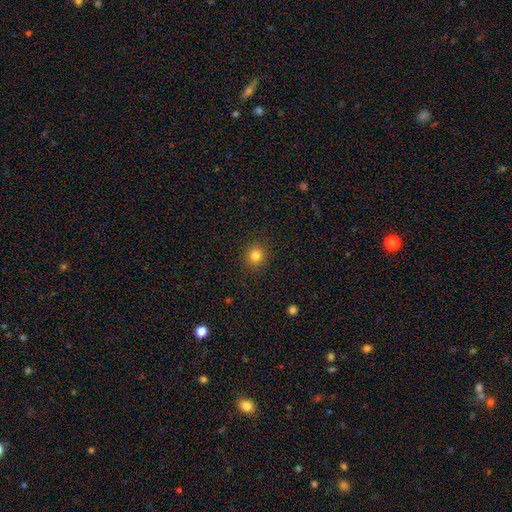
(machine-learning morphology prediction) smooth 82%, star or artifact 13%, featured or disk 5%. Down the decision tree: how rounded — round (90%); merging — none (91%).